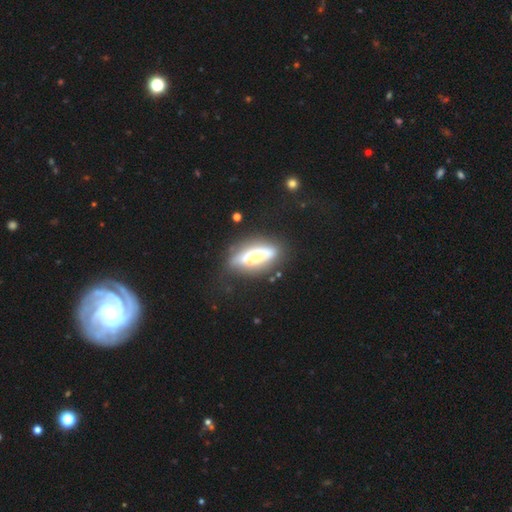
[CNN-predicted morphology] smooth_or_featured: featured or disk (p=0.52) [alt: smooth p=0.41]
disk_edge_on: yes (p=0.55) [alt: no p=0.45]
merging: none (p=0.70) [alt: minor disturbance p=0.19]